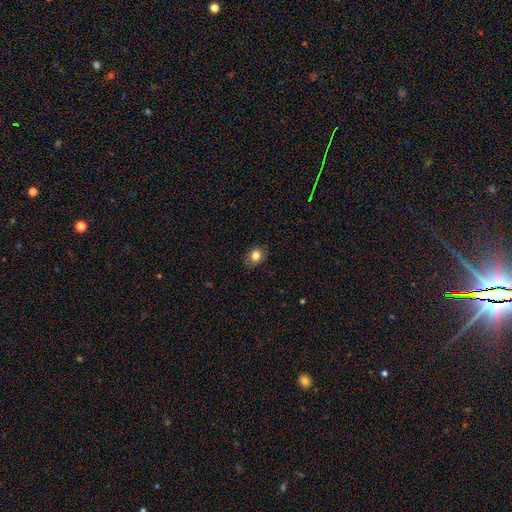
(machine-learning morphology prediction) Q: Smooth or featured?
A: smooth (82%); runner-up: star or artifact (10%)
Q: How rounded?
A: in between (53%); runner-up: round (46%)
Q: Merging?
A: none (84%); runner-up: minor disturbance (13%)